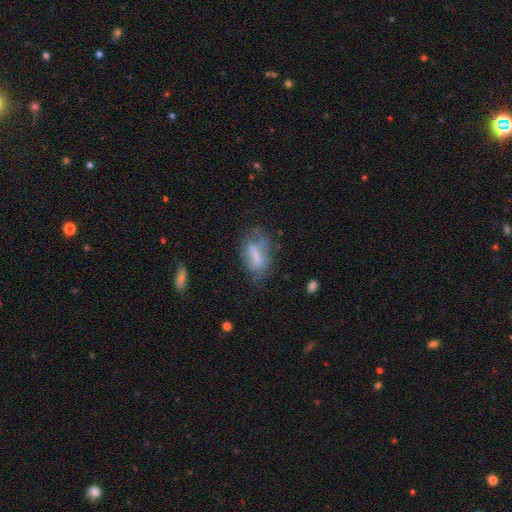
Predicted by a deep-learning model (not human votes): Smooth or featured? smooth (58%)
How rounded? in between (73%)
Merging? none (50%)